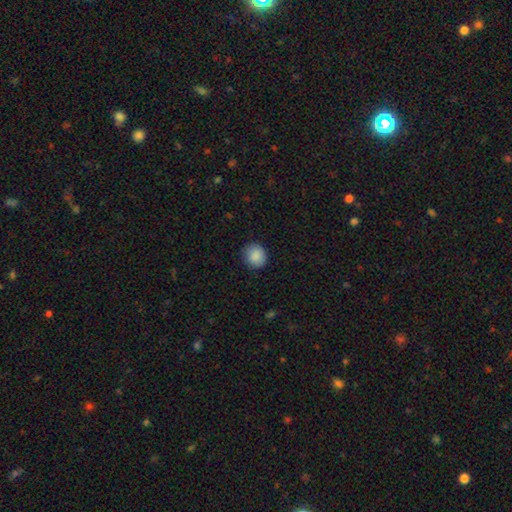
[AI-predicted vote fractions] Q: Smooth or featured?
A: smooth (89%); runner-up: star or artifact (8%)
Q: How rounded?
A: round (88%); runner-up: in between (11%)
Q: Merging?
A: none (87%); runner-up: minor disturbance (10%)